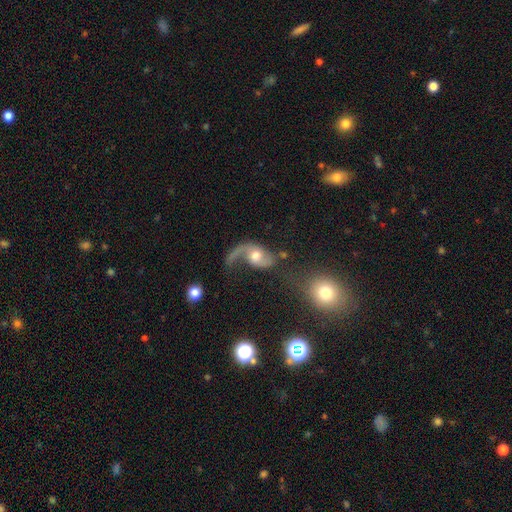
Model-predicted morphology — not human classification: Smooth or featured? featured or disk (71%)
Edge-on disk? no (96%)
Bar? no (67%)
Spiral arms? yes (88%)
Spiral winding? loose (79%)
Spiral arm count? 1 (52%)
Bulge size? moderate (67%)
Merging? major disturbance (43%)